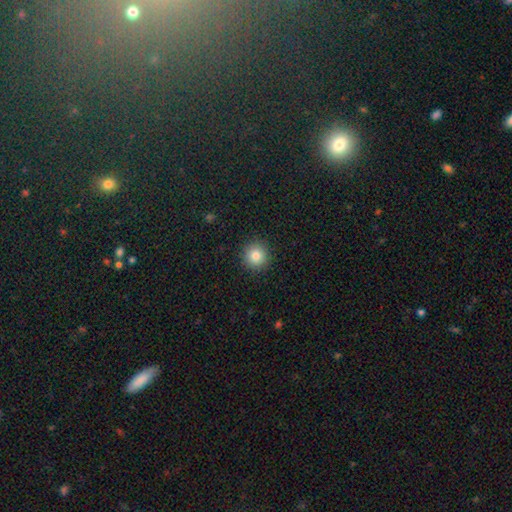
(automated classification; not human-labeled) Smooth or featured? Predicted: smooth (p=0.83). How rounded? Predicted: round (p=0.95). Merging? Predicted: none (p=0.92).